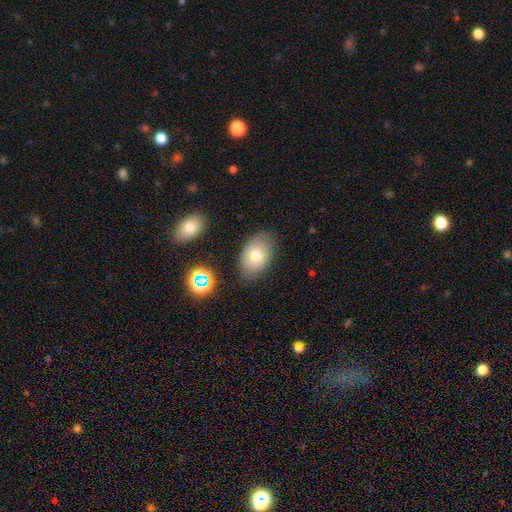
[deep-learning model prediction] smooth_or_featured: smooth (p=0.72) [alt: featured or disk p=0.17]
how_rounded: in between (p=0.86) [alt: round p=0.13]
merging: none (p=0.78) [alt: minor disturbance p=0.15]